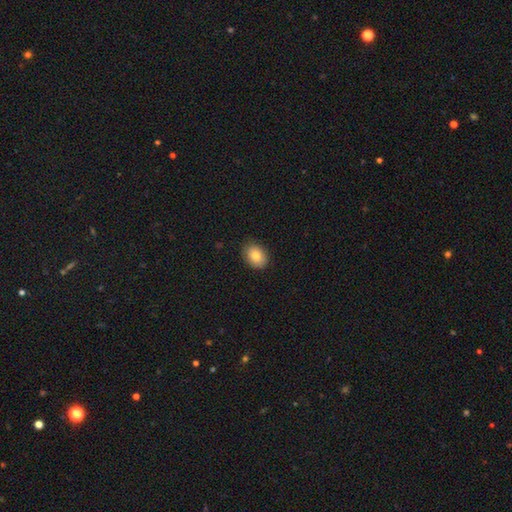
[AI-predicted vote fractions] smooth 82%, featured or disk 10%, star or artifact 8%. Down the decision tree: how rounded — in between (66%); merging — none (83%).